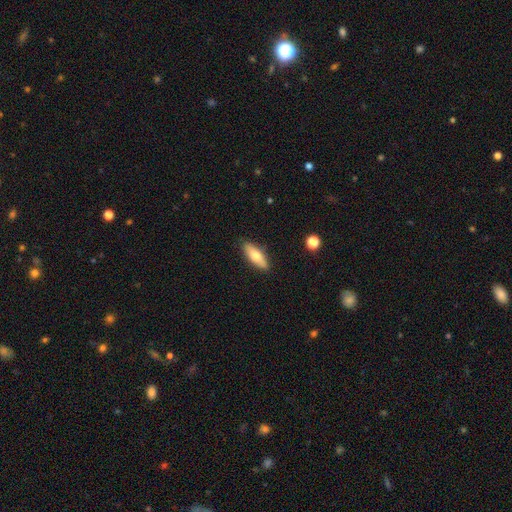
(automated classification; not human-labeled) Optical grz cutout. It shows a smooth galaxy with no disk features (68%) that is in between round and cigar-shaped (63%). Merging: none (87%).